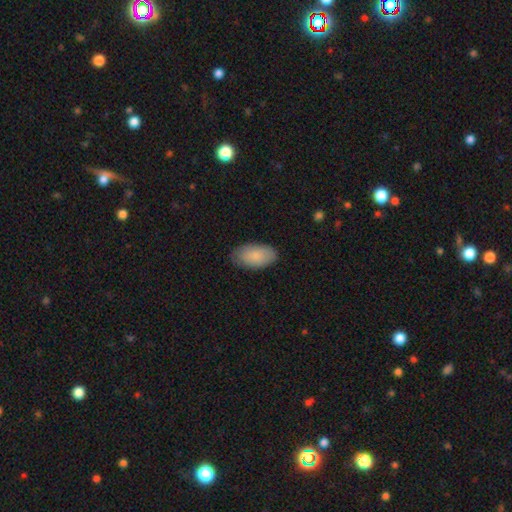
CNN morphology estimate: This is clearly a smooth galaxy (86%). How rounded: clearly in between (95%). Merging: clearly none (83%).